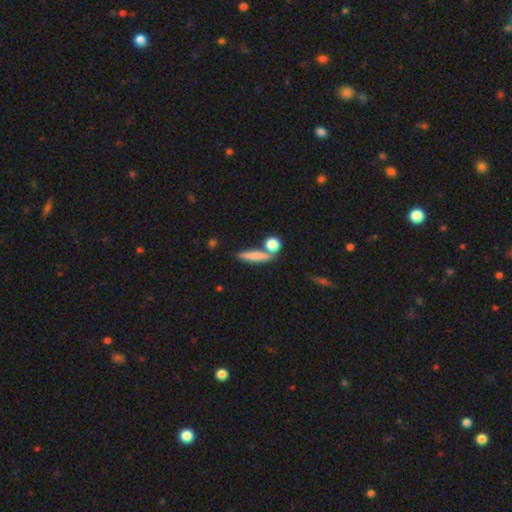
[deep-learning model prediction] This appears to be a smooth galaxy with no disk features (76%) that is cigar-shaped (68%). Merging: none (68%).